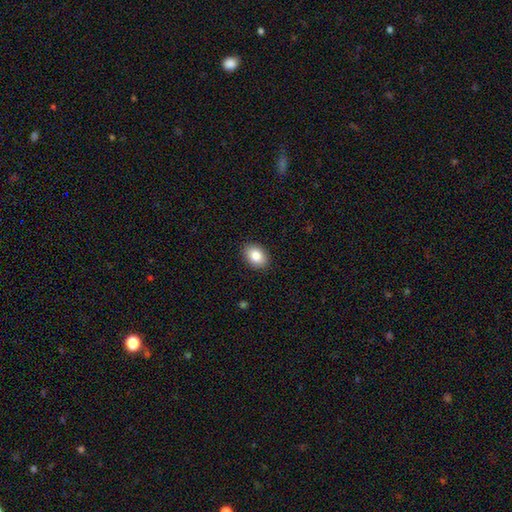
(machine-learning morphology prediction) type=smooth (85%); roundness=in between (81%); merging=none (89%).